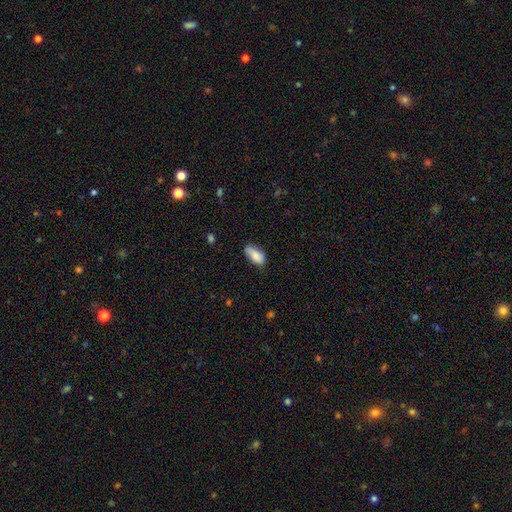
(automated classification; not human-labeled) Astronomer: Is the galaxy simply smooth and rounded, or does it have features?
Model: smooth — 85%.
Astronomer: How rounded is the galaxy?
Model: in between — 89%.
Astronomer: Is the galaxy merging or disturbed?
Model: none — 71%.